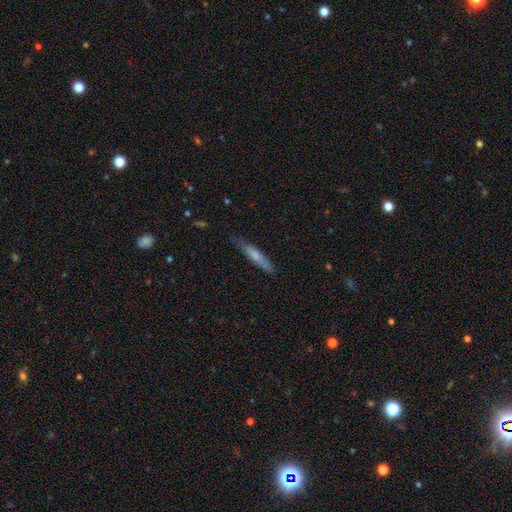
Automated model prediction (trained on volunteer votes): Smooth or featured?
  - smooth: 61% *
  - featured or disk: 33%
  - star or artifact: 6%
How rounded?
  - cigar-shaped: 90% *
  - in between: 8%
  - round: 1%
Merging?
  - none: 78% *
  - minor disturbance: 18%
  - major disturbance: 3%
  - merger: 1%